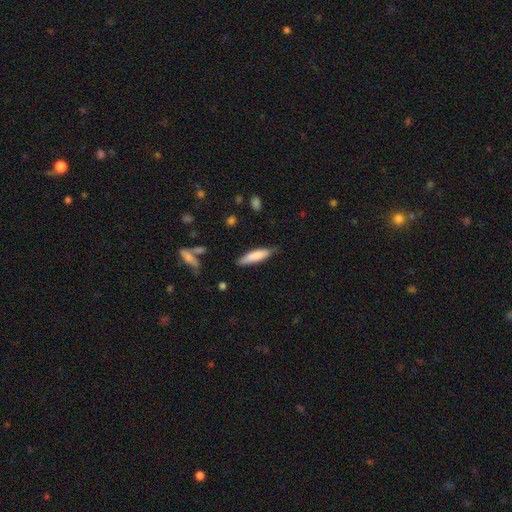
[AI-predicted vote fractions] Smooth or featured?
  - smooth: 79% *
  - featured or disk: 15%
  - star or artifact: 6%
How rounded?
  - cigar-shaped: 69% *
  - in between: 29%
  - round: 1%
Merging?
  - none: 76% *
  - minor disturbance: 19%
  - major disturbance: 3%
  - merger: 2%